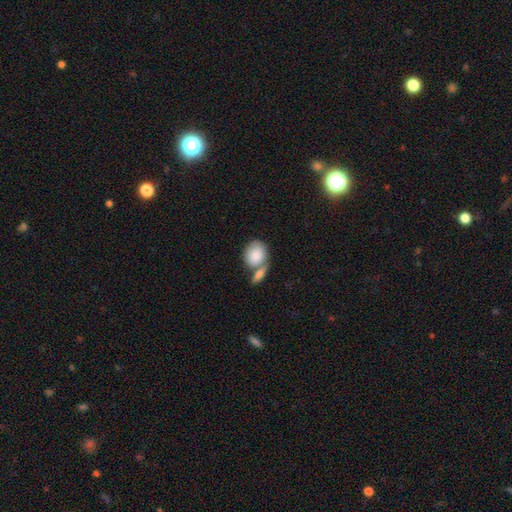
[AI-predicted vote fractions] Morphology: type=smooth (84%); roundness=in between (55%); merging=merger (45%).